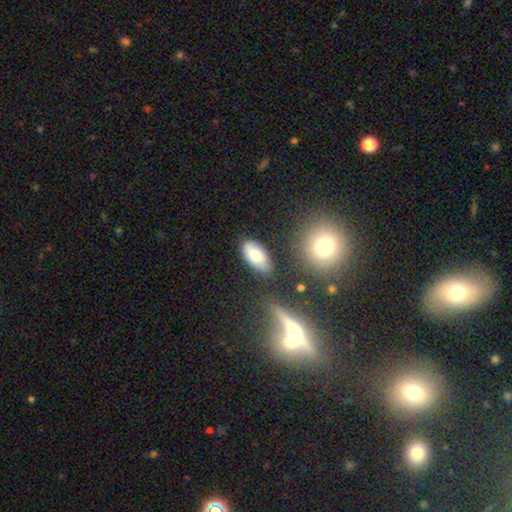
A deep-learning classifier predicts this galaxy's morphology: smooth-or-featured: smooth: 71% | featured or disk: 21% | star or artifact: 8%
  how-rounded: in between: 92% | cigar-shaped: 5% | round: 4%
  merging: none: 77% | minor disturbance: 16% | major disturbance: 4% | merger: 4%